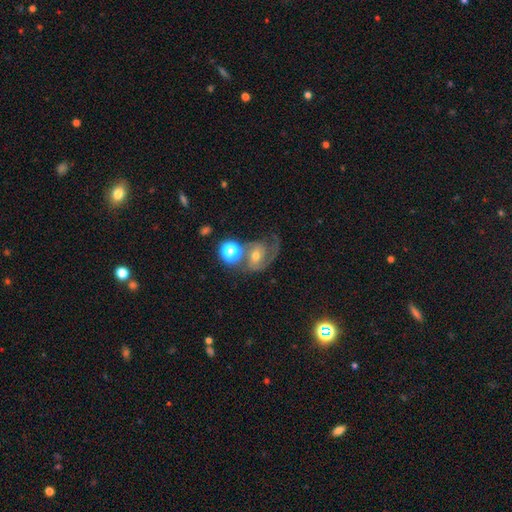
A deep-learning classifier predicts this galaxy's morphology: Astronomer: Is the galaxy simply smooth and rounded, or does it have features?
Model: featured or disk — 69%.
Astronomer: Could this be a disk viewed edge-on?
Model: no — 97%.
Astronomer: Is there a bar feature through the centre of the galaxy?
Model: no — 52% (runner-up: weak, 36%).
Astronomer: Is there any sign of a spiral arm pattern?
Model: yes — 90%.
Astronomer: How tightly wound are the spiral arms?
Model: medium — 47% (runner-up: loose, 30%).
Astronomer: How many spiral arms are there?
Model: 2 — 56%.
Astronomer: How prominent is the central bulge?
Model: moderate — 55% (runner-up: small, 37%).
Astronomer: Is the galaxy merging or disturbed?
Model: none — 40% (runner-up: major disturbance, 24%).